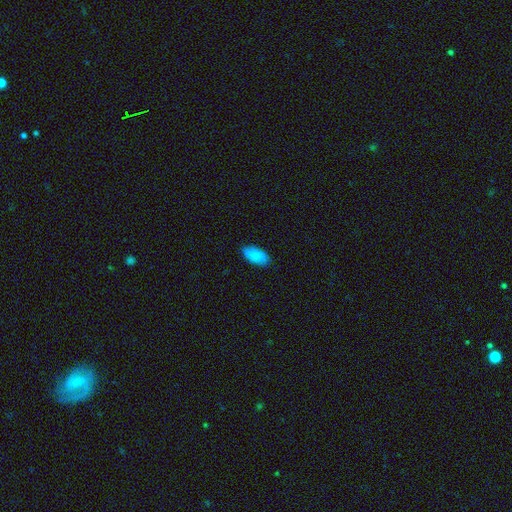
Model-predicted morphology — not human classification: The model was most divided on "merging": none: 78%, minor disturbance: 17%, major disturbance: 3%, merger: 2%. More confident: how rounded — in between (92%); smooth or featured — smooth (80%).